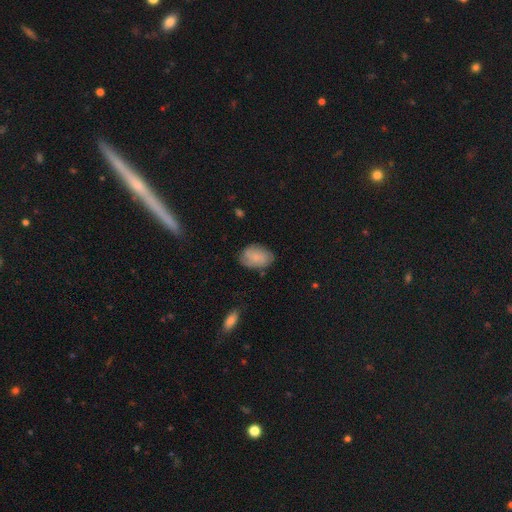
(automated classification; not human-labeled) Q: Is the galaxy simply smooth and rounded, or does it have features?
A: smooth — 64%.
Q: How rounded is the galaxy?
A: in between — 84%.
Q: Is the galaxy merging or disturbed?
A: none — 71%.